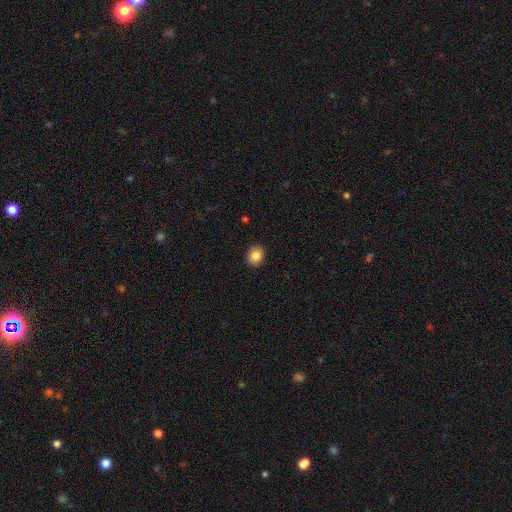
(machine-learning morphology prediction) Smooth or featured?
  - smooth: 85% *
  - star or artifact: 9%
  - featured or disk: 6%
How rounded?
  - round: 61% *
  - in between: 39%
  - cigar-shaped: 1%
Merging?
  - none: 91% *
  - minor disturbance: 7%
  - major disturbance: 2%
  - merger: 1%